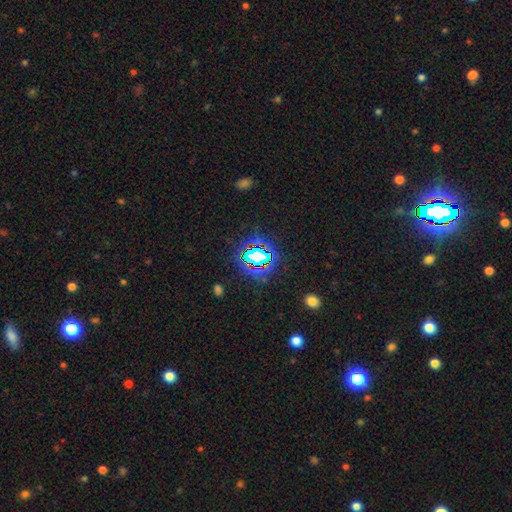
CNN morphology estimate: This appears to be a star or artifact, not a galaxy (68%).